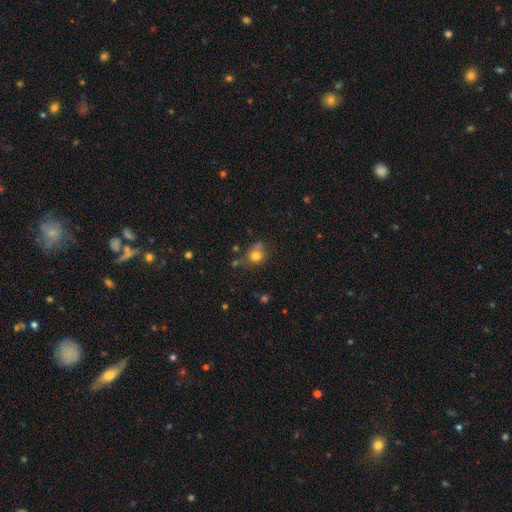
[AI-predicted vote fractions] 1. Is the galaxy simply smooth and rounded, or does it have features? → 77% smooth, 12% star or artifact, 11% featured or disk.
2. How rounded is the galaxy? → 71% round, 28% in between, 1% cigar-shaped.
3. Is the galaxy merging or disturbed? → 47% none, 26% minor disturbance, 15% merger, 12% major disturbance.